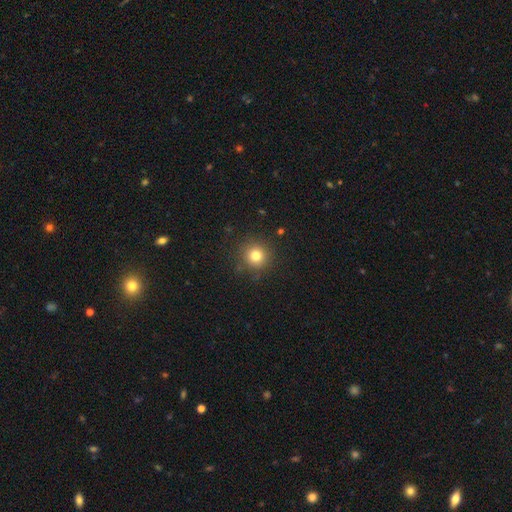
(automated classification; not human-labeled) Smooth or featured?
  - smooth: 80% *
  - star or artifact: 13%
  - featured or disk: 7%
How rounded?
  - round: 94% *
  - in between: 5%
  - cigar-shaped: 1%
Merging?
  - none: 89% *
  - minor disturbance: 7%
  - major disturbance: 3%
  - merger: 1%